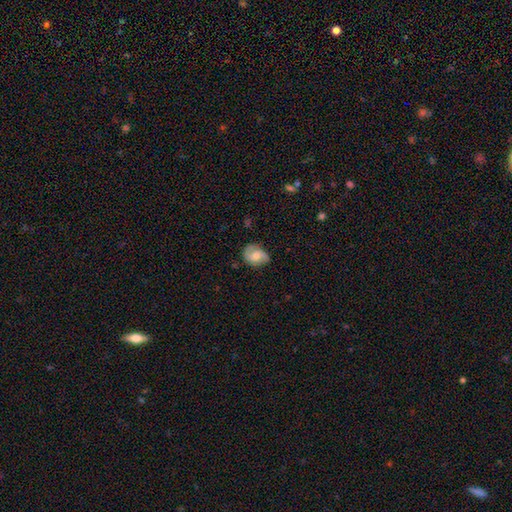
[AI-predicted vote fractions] Q: Smooth or featured?
A: featured or disk (56%); runner-up: smooth (37%)
Q: Edge-on disk?
A: no (97%); runner-up: yes (3%)
Q: Bar?
A: no (59%); runner-up: weak (34%)
Q: Spiral arms?
A: yes (91%); runner-up: no (9%)
Q: Bulge size?
A: moderate (53%); runner-up: small (28%)
Q: Merging?
A: none (67%); runner-up: minor disturbance (24%)